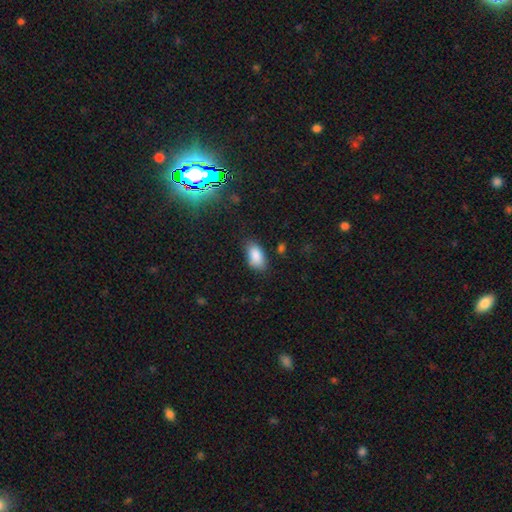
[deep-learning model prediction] Q: Smooth or featured?
A: smooth (87%); runner-up: star or artifact (8%)
Q: How rounded?
A: in between (93%); runner-up: round (4%)
Q: Merging?
A: none (75%); runner-up: minor disturbance (19%)